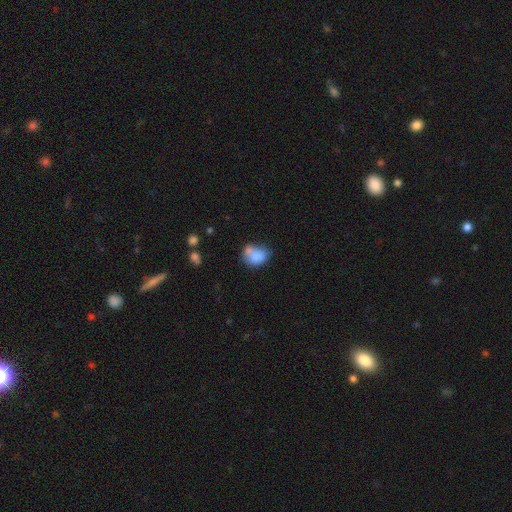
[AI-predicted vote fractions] A smooth galaxy with no disk features (78%) that is in between round and cigar-shaped (64%).

Vote fractions:
- Smooth or featured? smooth: 78% / featured or disk: 13% / star or artifact: 10%
- How rounded? in between: 64% / round: 35% / cigar-shaped: 1%
- Merging? none: 37% / minor disturbance: 28% / merger: 23% / major disturbance: 11%